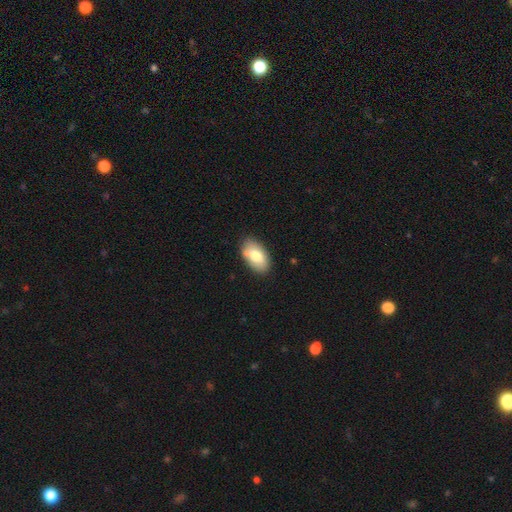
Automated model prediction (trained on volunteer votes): Smooth or featured? smooth (78%)
How rounded? in between (94%)
Merging? none (81%)